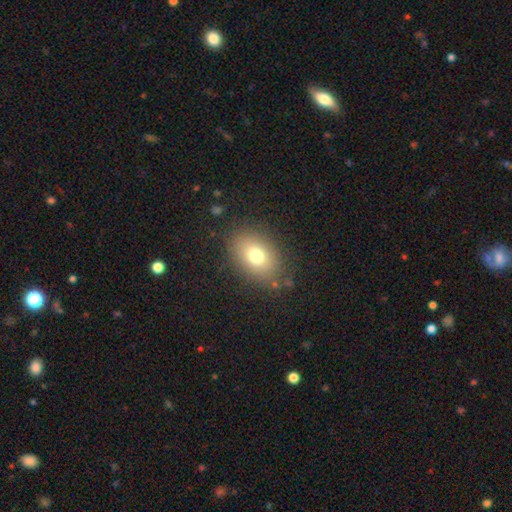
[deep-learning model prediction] Smooth or featured? Predicted: smooth (p=0.75). How rounded? Predicted: in between (p=0.75). Merging? Predicted: none (p=0.82).